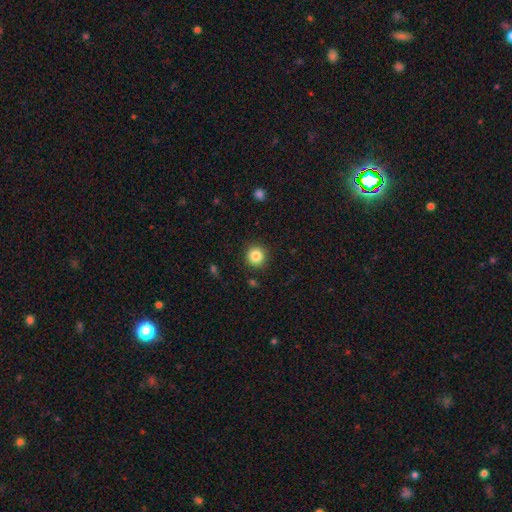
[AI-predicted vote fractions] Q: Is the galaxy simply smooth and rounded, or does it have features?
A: smooth — 85%.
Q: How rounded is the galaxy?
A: round — 93%.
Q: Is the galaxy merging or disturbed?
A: none — 90%.